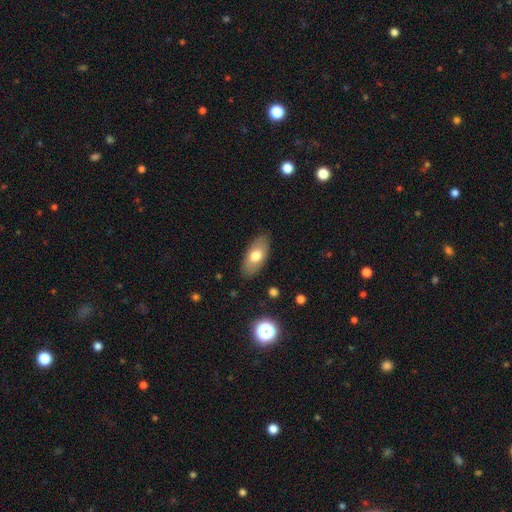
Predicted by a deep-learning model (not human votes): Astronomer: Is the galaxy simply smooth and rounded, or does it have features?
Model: smooth — 70%.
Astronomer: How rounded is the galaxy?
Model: in between — 89%.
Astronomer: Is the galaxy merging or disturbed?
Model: none — 84%.